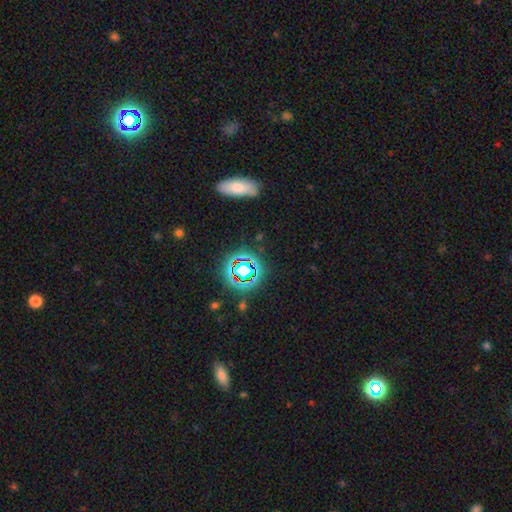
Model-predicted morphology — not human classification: A star or artifact, not a galaxy (62%).